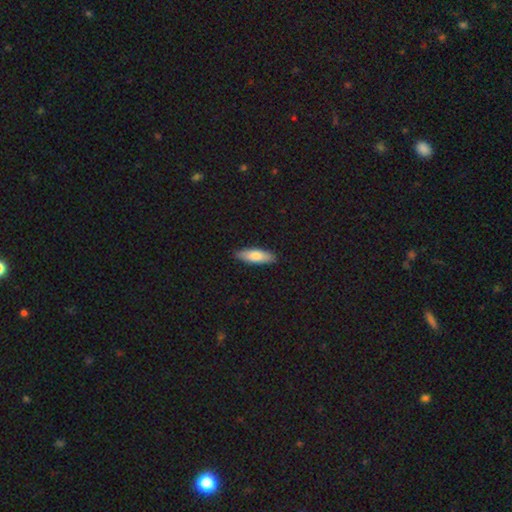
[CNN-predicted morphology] Smooth or featured? smooth (78%)
How rounded? in between (55%)
Merging? none (88%)